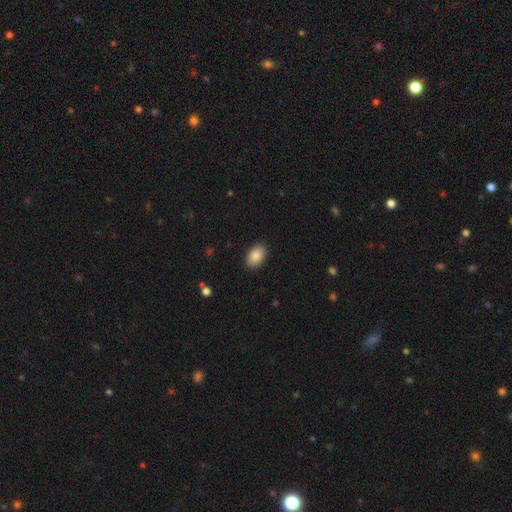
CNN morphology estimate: The model was most divided on "smooth or featured": smooth: 88%, star or artifact: 7%, featured or disk: 5%. More confident: how rounded — in between (91%); merging — none (89%).